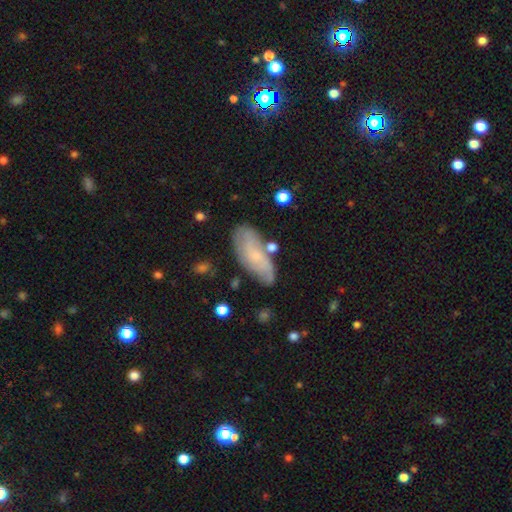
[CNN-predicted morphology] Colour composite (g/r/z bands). It shows a smooth galaxy with no disk features (46%, tied with featured or disk). Merging: none (67%).